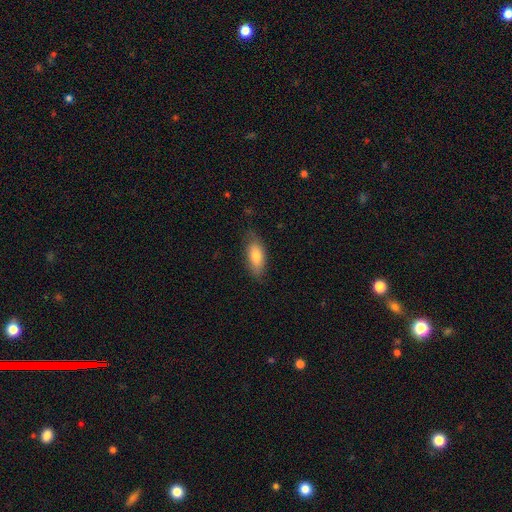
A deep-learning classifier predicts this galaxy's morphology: Smooth or featured? Predicted: smooth (p=0.79). How rounded? Predicted: in between (p=0.83). Merging? Predicted: none (p=0.75).